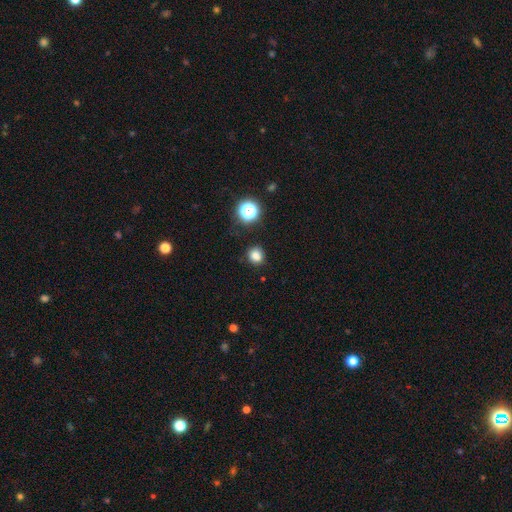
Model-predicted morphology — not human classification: smooth 80%, star or artifact 16%, featured or disk 4%. Down the decision tree: how rounded — round (82%); merging — none (82%).